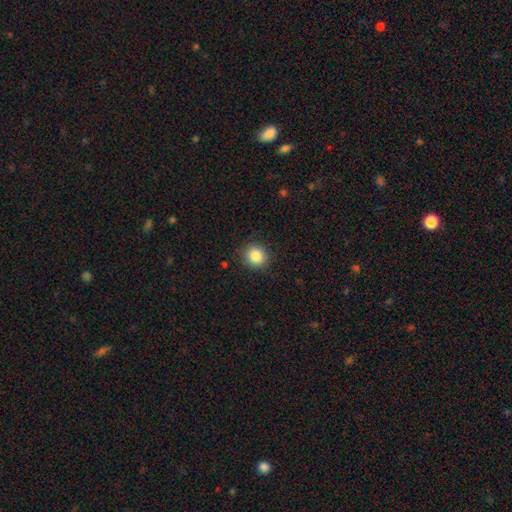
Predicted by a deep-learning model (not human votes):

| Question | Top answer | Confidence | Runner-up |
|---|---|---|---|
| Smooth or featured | smooth | 85% | star or artifact (10%) |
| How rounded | round | 86% | in between (13%) |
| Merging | none | 88% | minor disturbance (9%) |